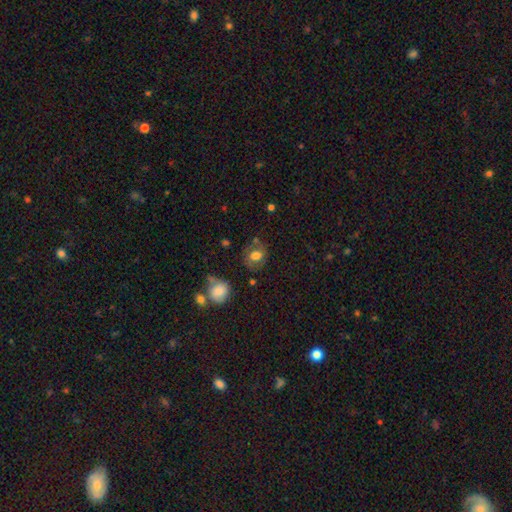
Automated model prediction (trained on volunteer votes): Overall: smooth (65%). How rounded: round (59%; in between 40%). Merging: none (65%).